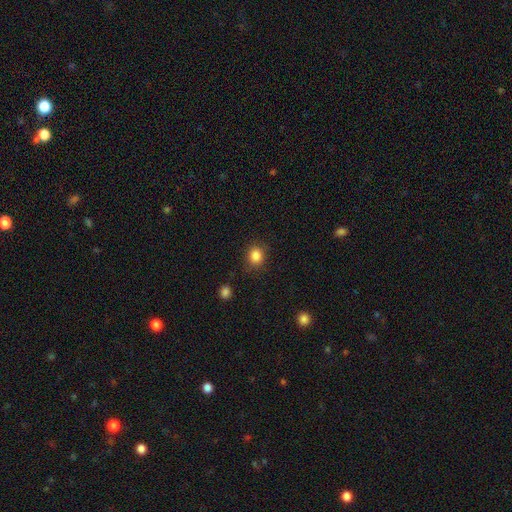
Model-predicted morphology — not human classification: Smooth or featured?
  - smooth: 85% *
  - star or artifact: 11%
  - featured or disk: 4%
How rounded?
  - round: 79% *
  - in between: 20%
  - cigar-shaped: 1%
Merging?
  - none: 85% *
  - minor disturbance: 10%
  - major disturbance: 3%
  - merger: 2%